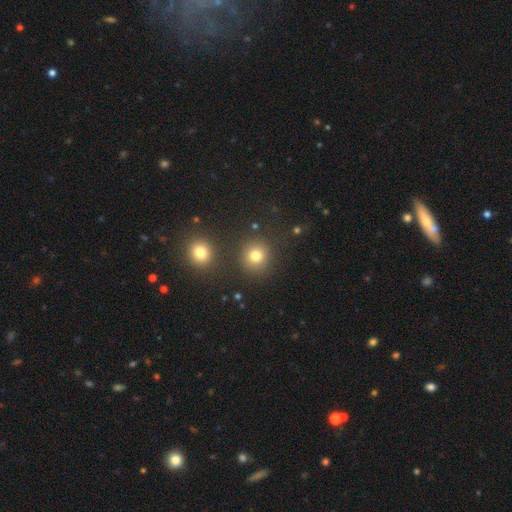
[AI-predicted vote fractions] A smooth galaxy with no disk features (79%) that is round (88%).

Vote fractions:
- Smooth or featured? smooth: 79% / star or artifact: 15% / featured or disk: 6%
- How rounded? round: 88% / in between: 11% / cigar-shaped: 1%
- Merging? none: 83% / minor disturbance: 7% / merger: 6% / major disturbance: 3%